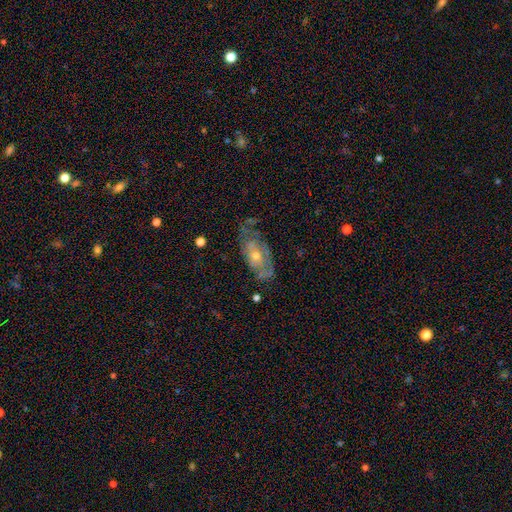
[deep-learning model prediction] Smooth or featured: featured or disk — 64% (smooth — 28%)
Edge-on disk: no — 88% (yes — 12%)
Bar: no — 79% (weak — 18%)
Spiral arms: yes — 62% (no — 38%)
Bulge size: moderate — 50% (small — 46%)
Merging: none — 51% (minor disturbance — 29%)